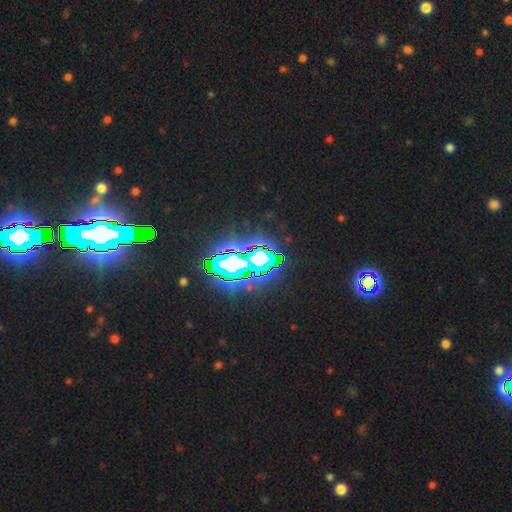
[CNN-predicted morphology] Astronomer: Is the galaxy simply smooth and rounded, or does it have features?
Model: star or artifact — 80%.